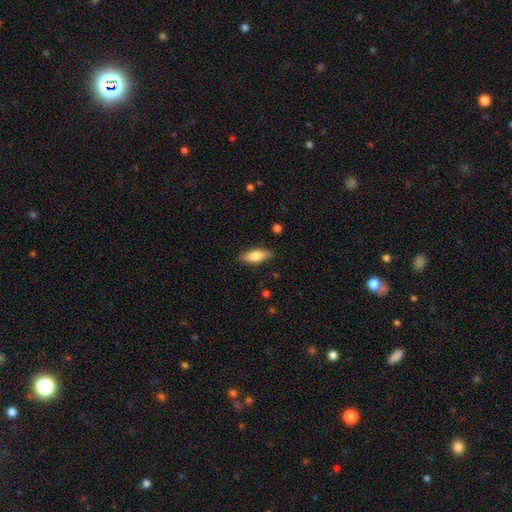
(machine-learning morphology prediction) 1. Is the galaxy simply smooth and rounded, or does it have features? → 71% smooth, 23% featured or disk, 6% star or artifact.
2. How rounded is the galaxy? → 67% in between, 30% cigar-shaped, 3% round.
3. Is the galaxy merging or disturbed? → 86% none, 10% minor disturbance, 2% major disturbance, 1% merger.